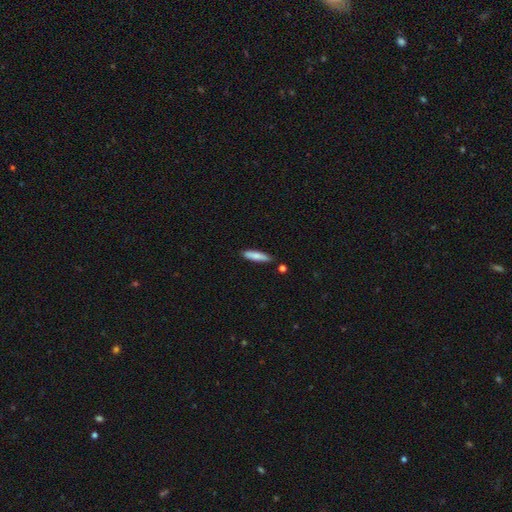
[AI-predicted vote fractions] smooth-or-featured: smooth: 80% | featured or disk: 14% | star or artifact: 6%
  how-rounded: cigar-shaped: 78% | in between: 20% | round: 2%
  merging: none: 83% | minor disturbance: 11% | merger: 3% | major disturbance: 2%